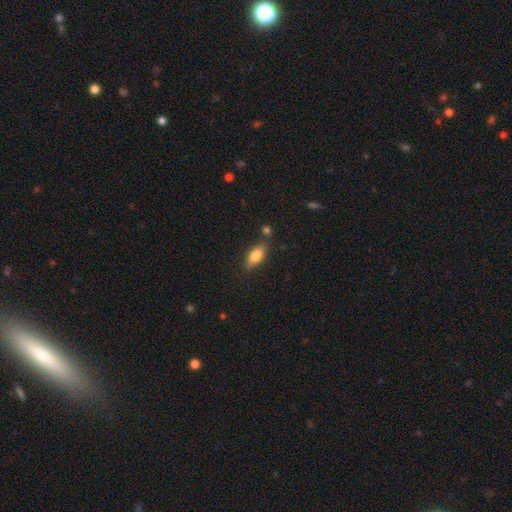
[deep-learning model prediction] smooth 75%, featured or disk 18%, star or artifact 7%. Down the decision tree: how rounded — in between (78%); merging — none (77%).